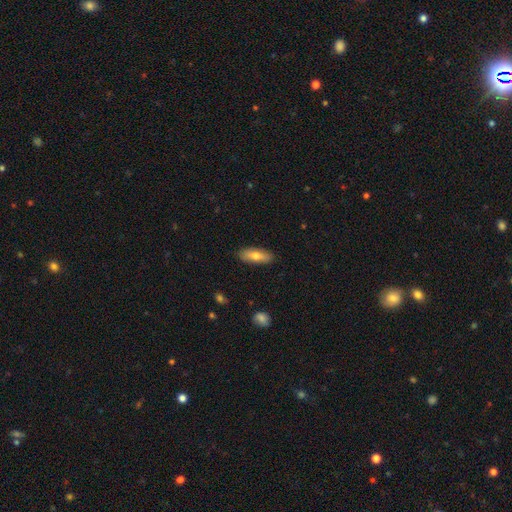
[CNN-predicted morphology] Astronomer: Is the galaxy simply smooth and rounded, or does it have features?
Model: smooth — 71%.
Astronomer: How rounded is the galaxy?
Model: in between — 63%.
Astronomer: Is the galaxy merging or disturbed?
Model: none — 87%.